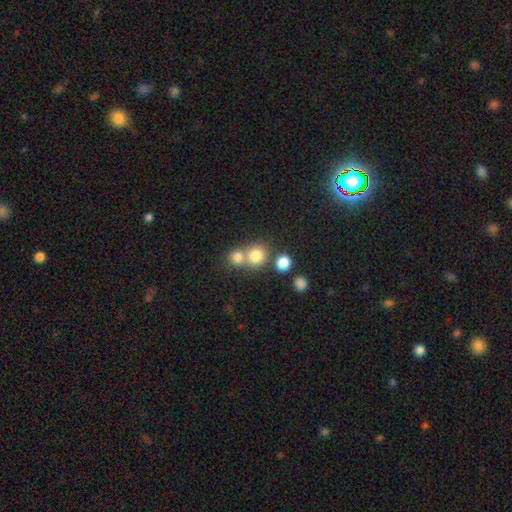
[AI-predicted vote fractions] A smooth galaxy with no disk features (79%) that is round (86%). Merging: none (48%).